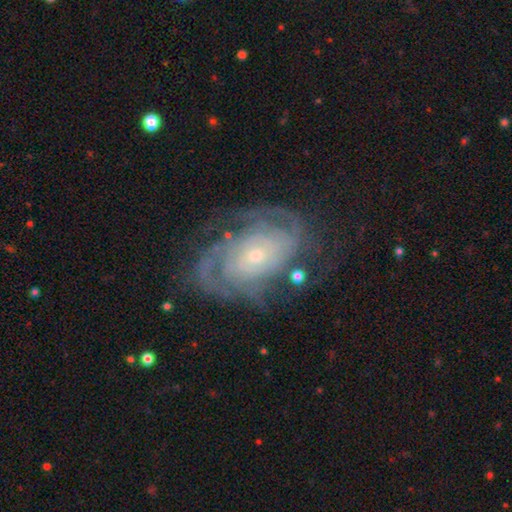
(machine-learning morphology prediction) smooth_or_featured: featured or disk (p=0.87) [alt: smooth p=0.07]
disk_edge_on: no (p=0.97) [alt: yes p=0.03]
bar: no (p=0.74) [alt: weak p=0.21]
has_spiral_arms: yes (p=0.96) [alt: no p=0.04]
spiral_winding: tight (p=0.72) [alt: medium p=0.23]
spiral_arm_count: can't tell (p=0.33) [alt: 2 p=0.25]
bulge_size: small (p=0.64) [alt: moderate p=0.31]
merging: none (p=0.68) [alt: minor disturbance p=0.19]